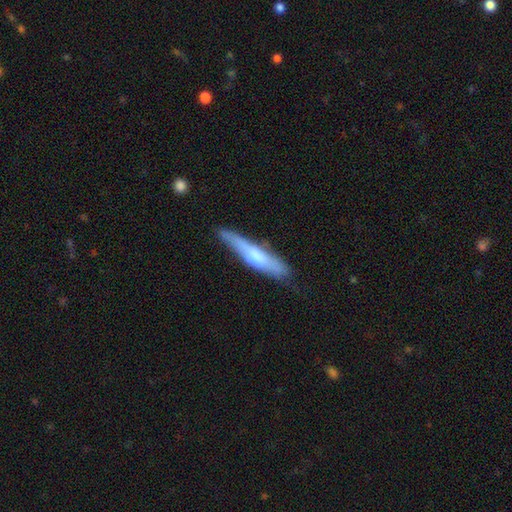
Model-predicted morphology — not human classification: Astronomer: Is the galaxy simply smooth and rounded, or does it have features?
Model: featured or disk — 51% (runner-up: smooth, 41%).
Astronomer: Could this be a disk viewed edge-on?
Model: yes — 86%.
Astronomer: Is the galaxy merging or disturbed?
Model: none — 72%.